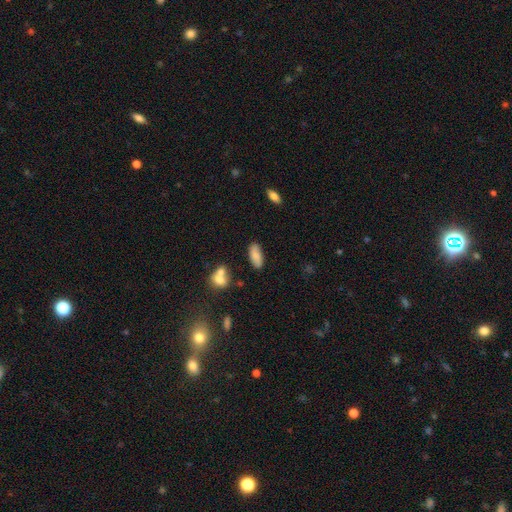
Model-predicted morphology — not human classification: This is likely a smooth galaxy (75%). How rounded: clearly in between (83%). Merging: likely none (79%).